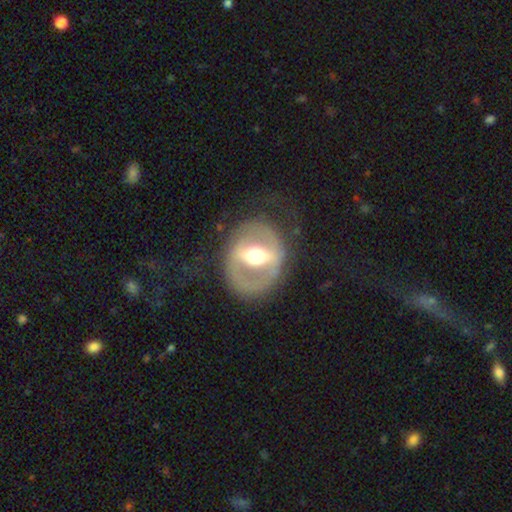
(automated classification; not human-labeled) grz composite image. It shows a featured or disk galaxy (73%) with a strong bar (65%), no spiral arms (68%) and a moderate central bulge (62%). Merging: none (71%).